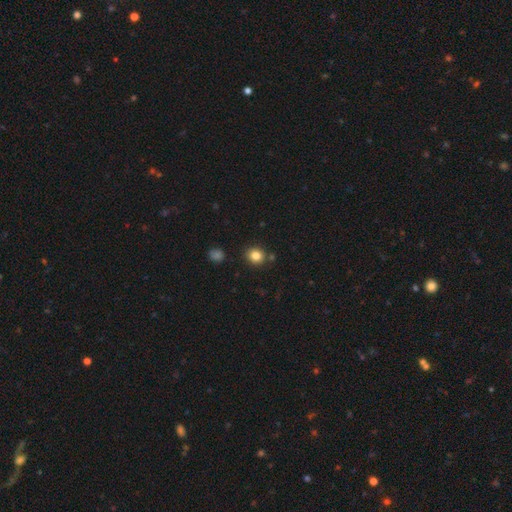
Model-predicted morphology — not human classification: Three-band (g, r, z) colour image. It shows a smooth galaxy with no disk features (83%) that is round (80%). Merging: none (85%).